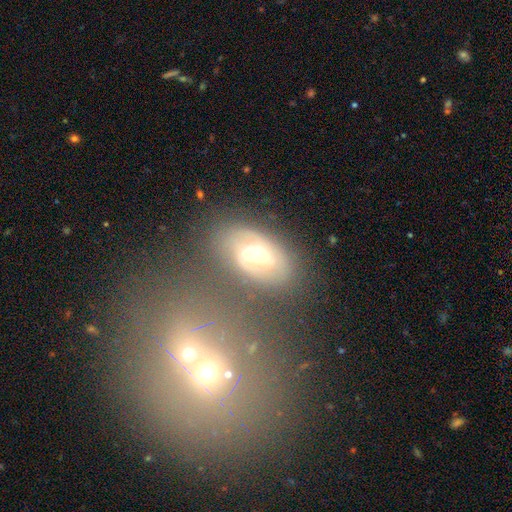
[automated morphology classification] Q: Smooth or featured?
A: featured or disk (67%); runner-up: smooth (23%)
Q: Edge-on disk?
A: no (92%); runner-up: yes (8%)
Q: Bar?
A: weak (48%); runner-up: strong (34%)
Q: Spiral arms?
A: yes (69%); runner-up: no (31%)
Q: Bulge size?
A: moderate (63%); runner-up: small (26%)
Q: Merging?
A: none (68%); runner-up: minor disturbance (18%)